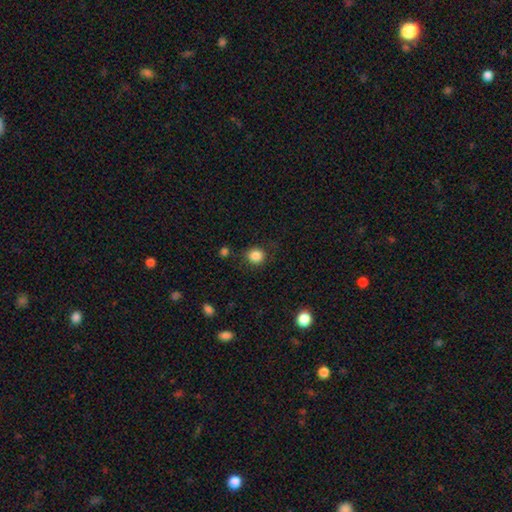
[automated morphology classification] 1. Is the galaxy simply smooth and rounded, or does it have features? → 85% smooth, 11% star or artifact, 4% featured or disk.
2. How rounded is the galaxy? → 87% round, 12% in between, 1% cigar-shaped.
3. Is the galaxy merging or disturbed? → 83% none, 11% minor disturbance, 4% major disturbance, 2% merger.